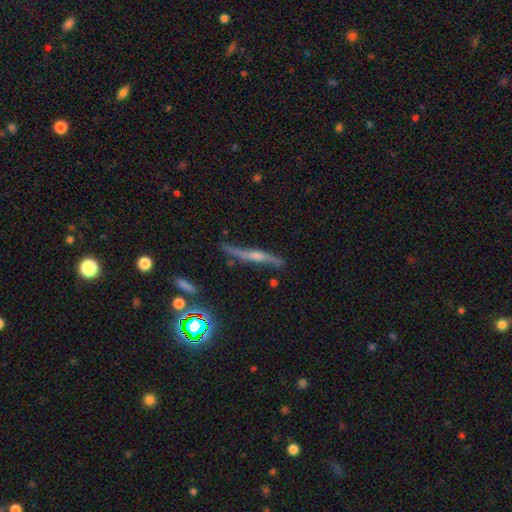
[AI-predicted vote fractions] Smooth or featured? featured or disk (67%)
Edge-on disk? yes (79%)
Edge-on bulge? rounded (79%)
Merging? none (71%)